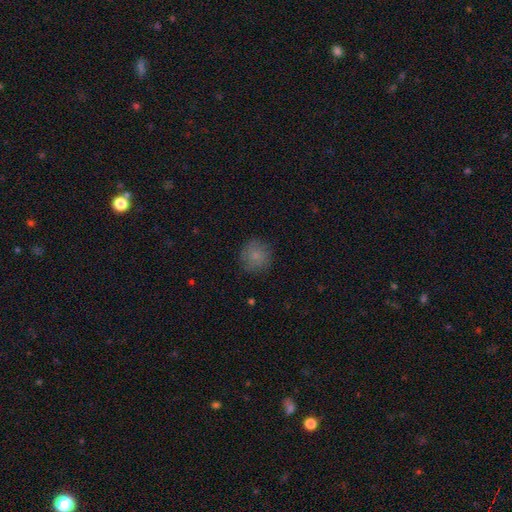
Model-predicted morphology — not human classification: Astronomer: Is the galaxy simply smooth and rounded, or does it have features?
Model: smooth — 82%.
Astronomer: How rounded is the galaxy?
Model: round — 93%.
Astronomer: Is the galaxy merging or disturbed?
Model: none — 83%.